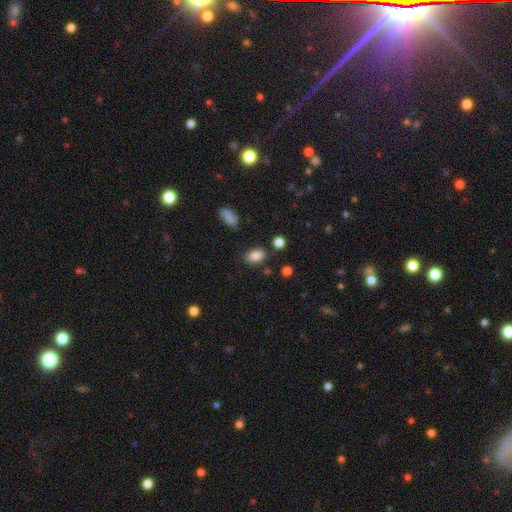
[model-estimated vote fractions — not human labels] The model was most divided on "merging": none: 80%, minor disturbance: 13%, merger: 4%, major disturbance: 3%. More confident: how rounded — in between (88%); smooth or featured — smooth (85%).